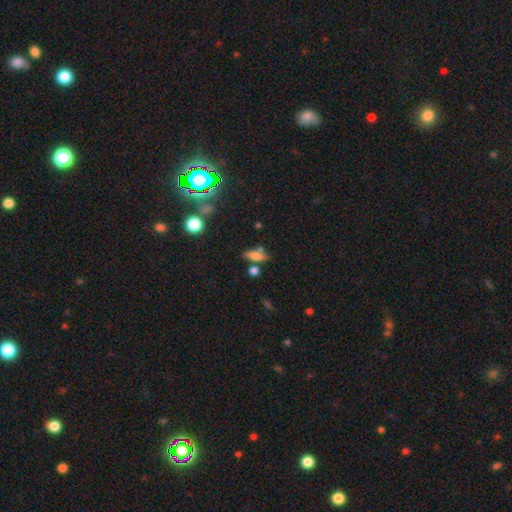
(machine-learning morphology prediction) The model was most divided on "how rounded": in between: 64%, cigar-shaped: 30%, round: 6%. More confident: smooth or featured — smooth (69%); merging — none (63%).